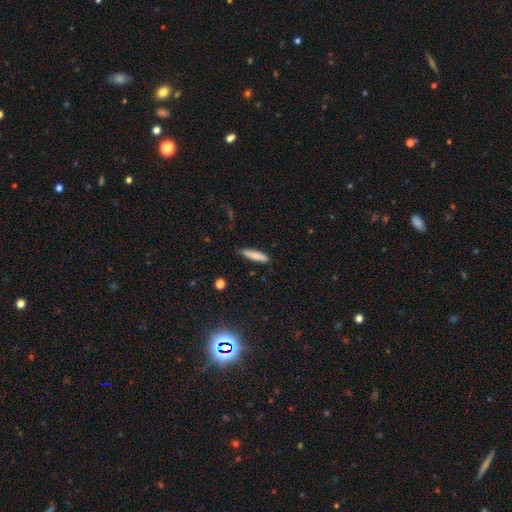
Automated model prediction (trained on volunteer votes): This appears to be a smooth galaxy with no disk features (81%) that is cigar-shaped (82%). Merging: none (82%).